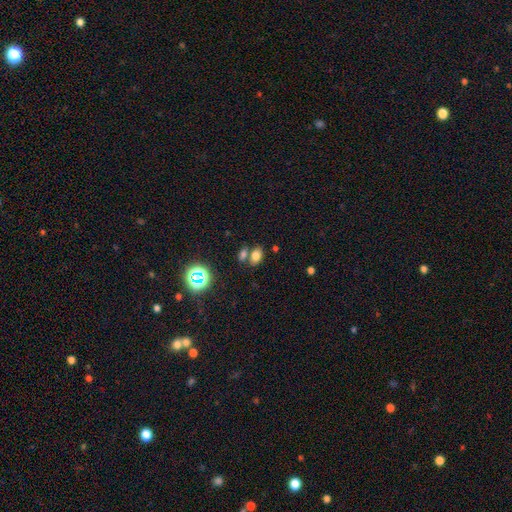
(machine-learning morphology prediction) A smooth galaxy with no disk features (74%) that is in between round and cigar-shaped (86%). Merging: none (54%).